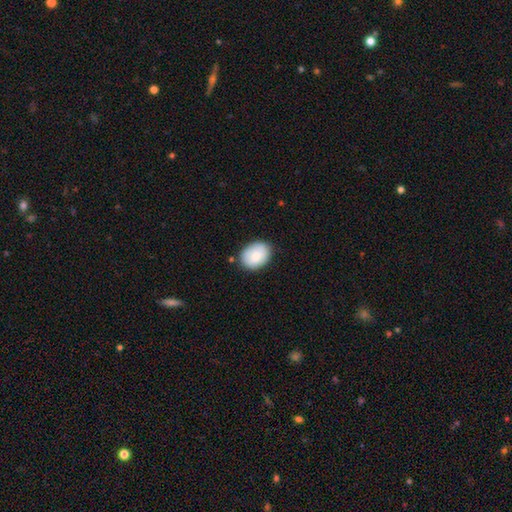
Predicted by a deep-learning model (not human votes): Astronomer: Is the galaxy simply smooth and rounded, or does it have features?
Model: smooth — 83%.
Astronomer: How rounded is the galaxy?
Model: in between — 69%.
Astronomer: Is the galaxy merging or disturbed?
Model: none — 80%.